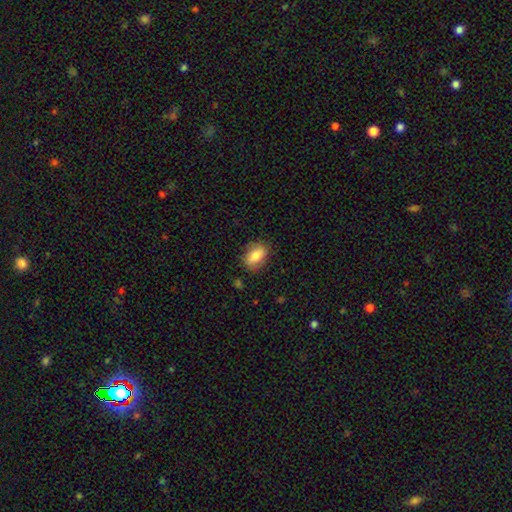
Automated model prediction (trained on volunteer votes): This is likely a smooth galaxy (79%). How rounded: clearly in between (84%). Merging: likely none (79%).